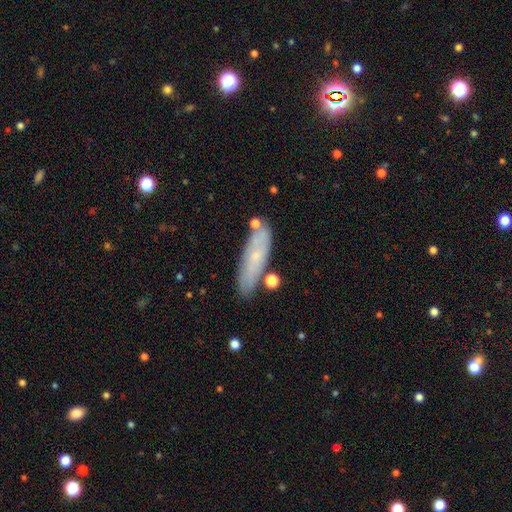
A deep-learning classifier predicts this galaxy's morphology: A smooth galaxy with no disk features (52%) that is cigar-shaped (60%).

Vote fractions:
- Smooth or featured? smooth: 52% / featured or disk: 40% / star or artifact: 9%
- How rounded? cigar-shaped: 60% / in between: 38% / round: 2%
- Merging? none: 77% / minor disturbance: 15% / merger: 5% / major disturbance: 3%